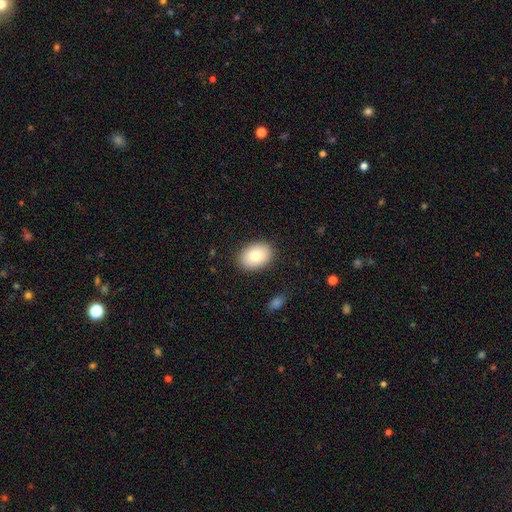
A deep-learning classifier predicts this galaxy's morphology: The model was most divided on "how rounded": in between: 81%, round: 18%, cigar-shaped: 1%. More confident: merging — none (87%); smooth or featured — smooth (82%).